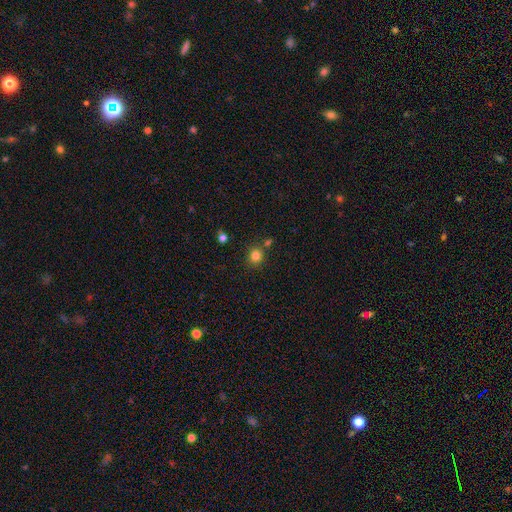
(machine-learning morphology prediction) Q: Smooth or featured?
A: smooth (82%); runner-up: star or artifact (13%)
Q: How rounded?
A: round (86%); runner-up: in between (13%)
Q: Merging?
A: none (77%); runner-up: merger (10%)